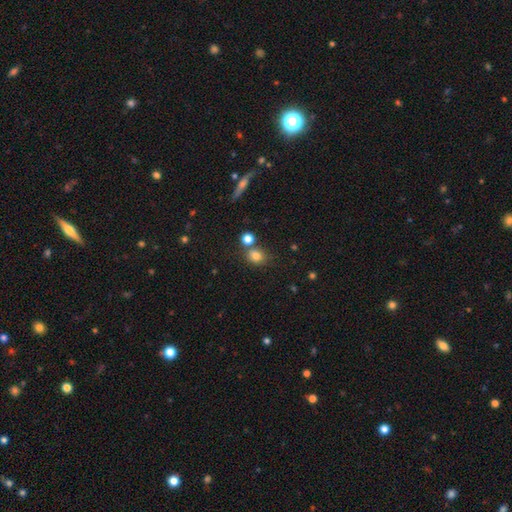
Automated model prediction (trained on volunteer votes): Smooth or featured? Predicted: smooth (p=0.79). How rounded? Predicted: round (p=0.66). Merging? Predicted: none (p=0.63).